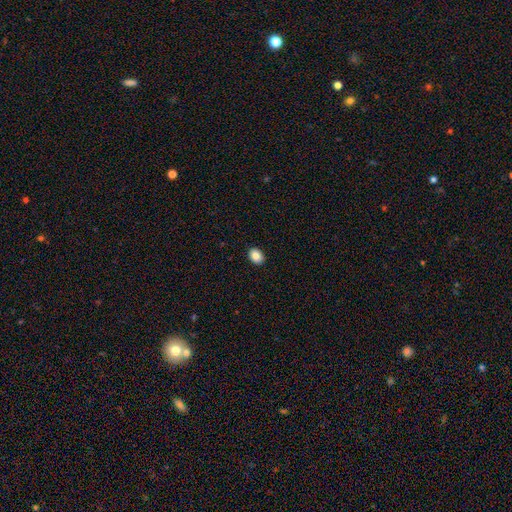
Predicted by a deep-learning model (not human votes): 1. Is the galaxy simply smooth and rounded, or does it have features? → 86% smooth, 8% star or artifact, 5% featured or disk.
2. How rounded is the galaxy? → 68% in between, 31% round, 1% cigar-shaped.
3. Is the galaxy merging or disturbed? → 91% none, 6% minor disturbance, 2% major disturbance, 1% merger.